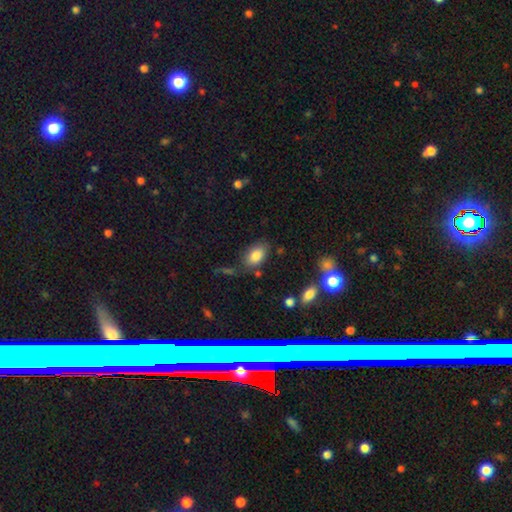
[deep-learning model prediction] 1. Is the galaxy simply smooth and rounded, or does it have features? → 84% smooth, 8% featured or disk, 8% star or artifact.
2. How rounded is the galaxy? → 91% in between, 8% round, 2% cigar-shaped.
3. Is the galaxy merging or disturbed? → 73% none, 17% minor disturbance, 5% major disturbance, 5% merger.